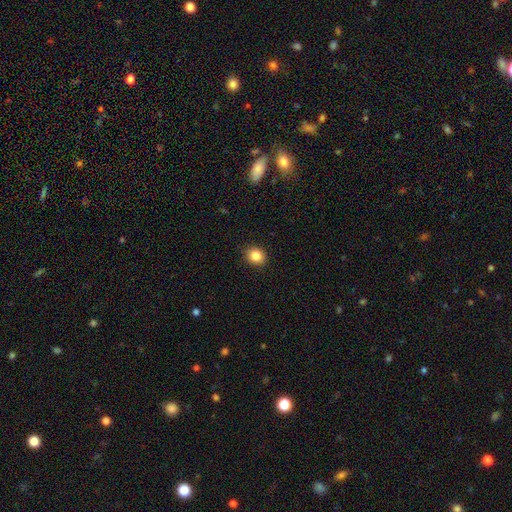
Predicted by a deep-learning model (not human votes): Smooth or featured? smooth (84%)
How rounded? round (67%)
Merging? none (90%)